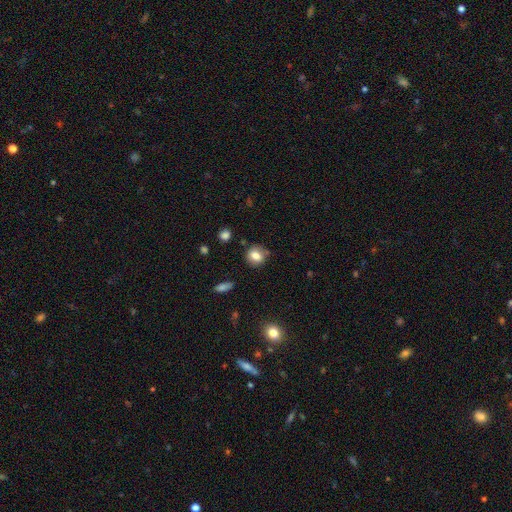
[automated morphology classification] type=smooth (78%); roundness=round (74%); merging=none (76%).